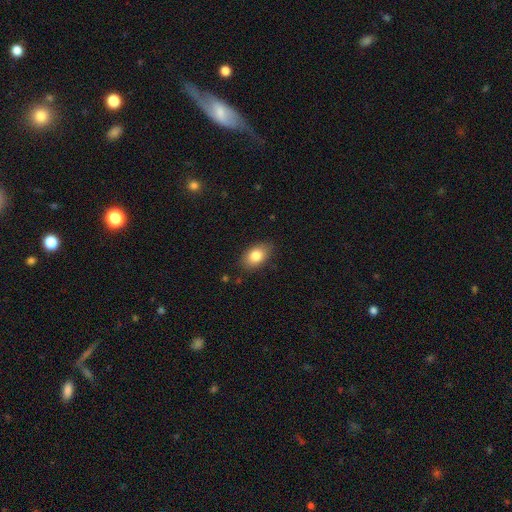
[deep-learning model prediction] Smooth or featured? Predicted: smooth (p=0.82). How rounded? Predicted: in between (p=0.87). Merging? Predicted: none (p=0.84).